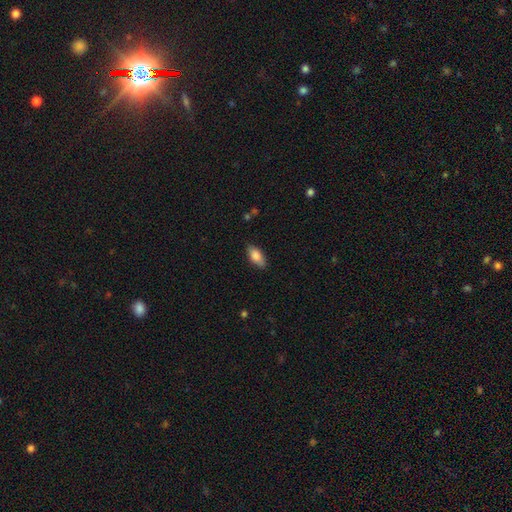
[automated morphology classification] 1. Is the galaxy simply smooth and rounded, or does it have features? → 82% smooth, 11% featured or disk, 7% star or artifact.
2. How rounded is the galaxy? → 88% in between, 9% cigar-shaped, 3% round.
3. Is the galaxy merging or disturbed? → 81% none, 15% minor disturbance, 3% major disturbance, 1% merger.